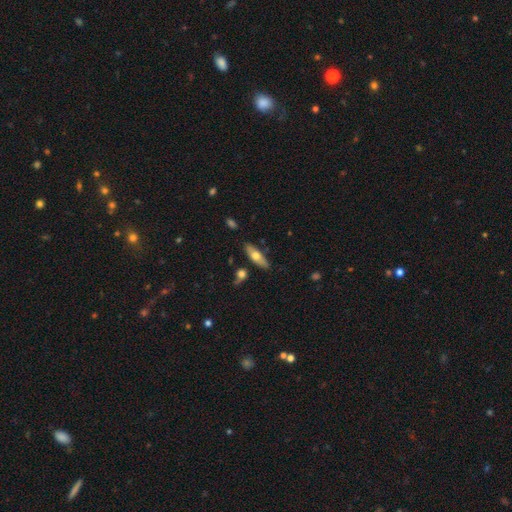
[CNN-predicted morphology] smooth-or-featured: smooth: 55% | featured or disk: 39% | star or artifact: 6%
  how-rounded: in between: 51% | cigar-shaped: 46% | round: 3%
  merging: none: 80% | minor disturbance: 13% | merger: 4% | major disturbance: 3%